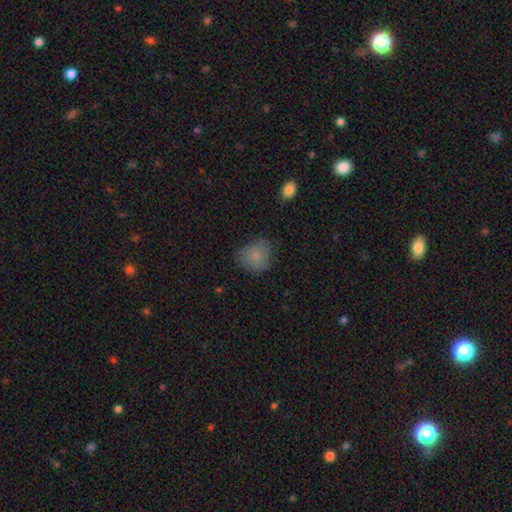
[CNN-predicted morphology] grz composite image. It shows a smooth galaxy with no disk features (79%) that is round (67%). Merging: none (64%).